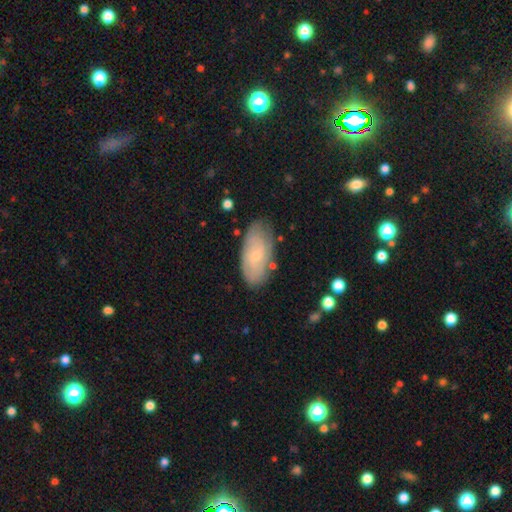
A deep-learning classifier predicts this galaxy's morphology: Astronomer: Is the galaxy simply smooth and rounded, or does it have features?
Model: smooth — 49% (runner-up: featured or disk, 45%).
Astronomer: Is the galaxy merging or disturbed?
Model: none — 76%.